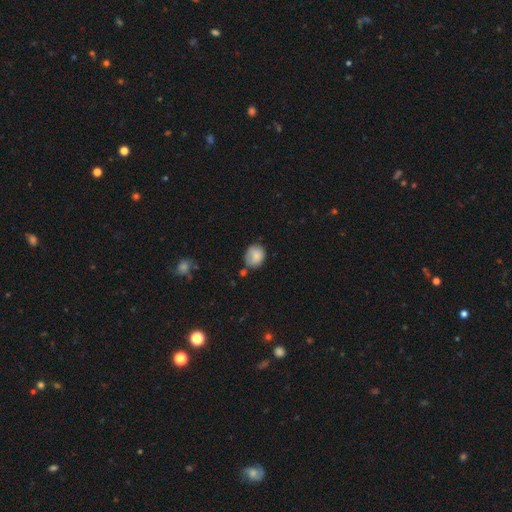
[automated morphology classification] smooth 81%, featured or disk 11%, star or artifact 8%. Down the decision tree: how rounded — round (64%); merging — none (54%).